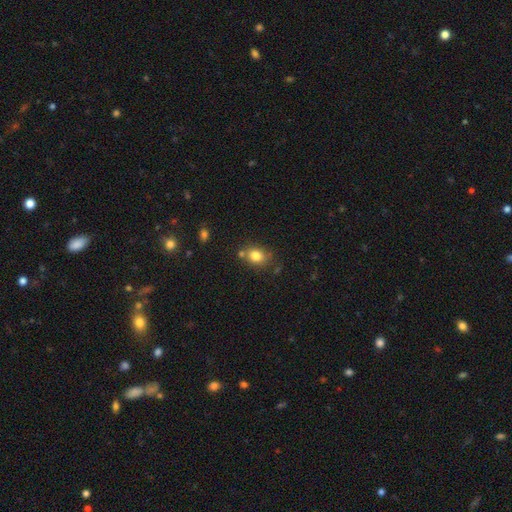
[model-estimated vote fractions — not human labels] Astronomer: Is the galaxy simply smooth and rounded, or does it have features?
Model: smooth — 81%.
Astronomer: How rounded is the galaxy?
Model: round — 54% (runner-up: in between, 45%).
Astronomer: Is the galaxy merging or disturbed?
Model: none — 68%.